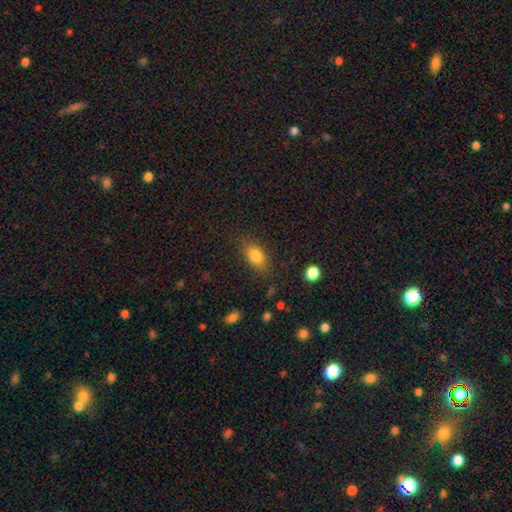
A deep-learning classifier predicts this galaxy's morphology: Q: Smooth or featured?
A: smooth (81%); runner-up: featured or disk (9%)
Q: How rounded?
A: in between (82%); runner-up: round (12%)
Q: Merging?
A: none (80%); runner-up: minor disturbance (14%)